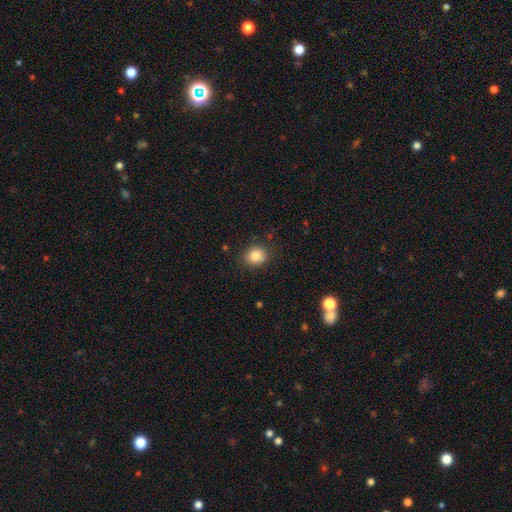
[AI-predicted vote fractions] Smooth or featured? Predicted: smooth (p=0.83). How rounded? Predicted: round (p=0.73). Merging? Predicted: none (p=0.83).